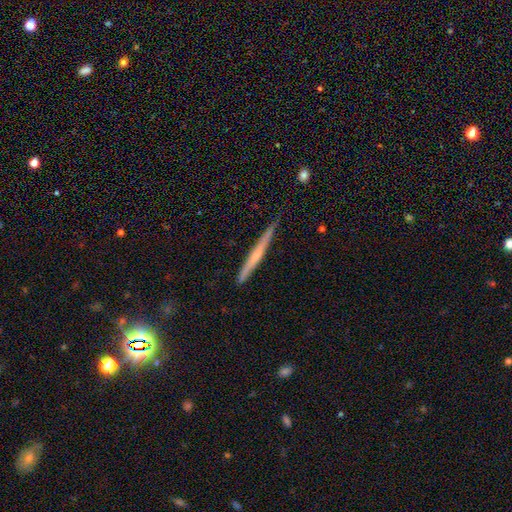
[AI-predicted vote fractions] Overall: featured or disk (58%; smooth 36%). Edge-on disk: yes (97%). Edge-on bulge: none (49%; rounded 45%). Merging: none (84%).